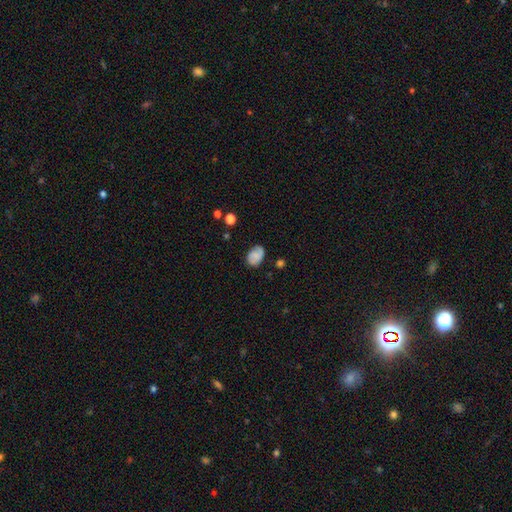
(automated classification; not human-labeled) Smooth or featured: smooth — 59% (featured or disk — 32%)
How rounded: in between — 78% (round — 21%)
Merging: none — 72% (minor disturbance — 21%)